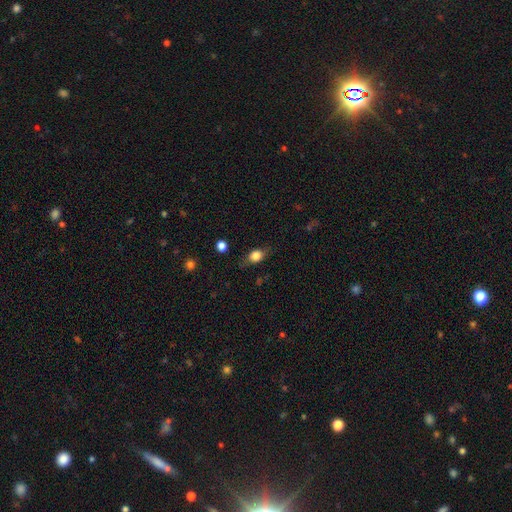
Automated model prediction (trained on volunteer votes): The model was most divided on "how rounded": in between: 61%, round: 34%, cigar-shaped: 5%. More confident: smooth or featured — smooth (77%); merging — none (73%).